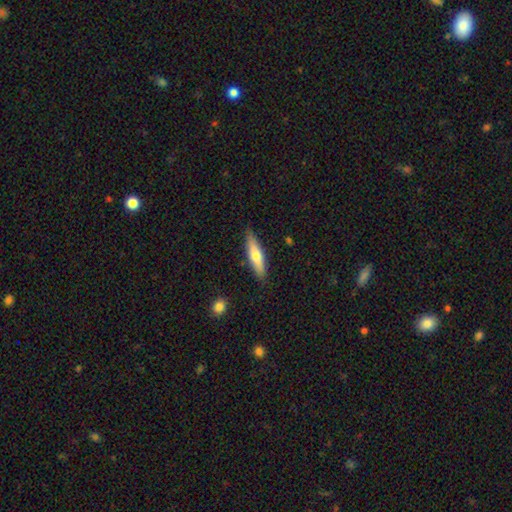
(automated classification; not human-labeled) A smooth galaxy with no disk features (59%) that is cigar-shaped (74%).

Vote fractions:
- Smooth or featured? smooth: 59% / featured or disk: 35% / star or artifact: 6%
- How rounded? cigar-shaped: 74% / in between: 24% / round: 2%
- Merging? none: 85% / minor disturbance: 11% / major disturbance: 2% / merger: 2%